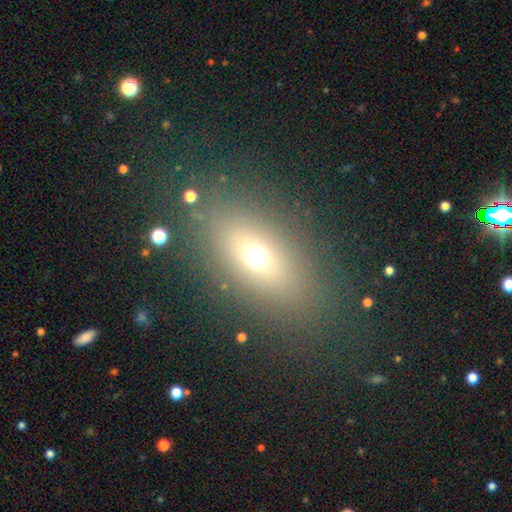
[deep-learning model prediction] A smooth galaxy with no disk features (62%) that is in between round and cigar-shaped (72%).

Vote fractions:
- Smooth or featured? smooth: 62% / star or artifact: 19% / featured or disk: 19%
- How rounded? in between: 72% / round: 21% / cigar-shaped: 8%
- Merging? none: 82% / minor disturbance: 9% / major disturbance: 7% / merger: 2%